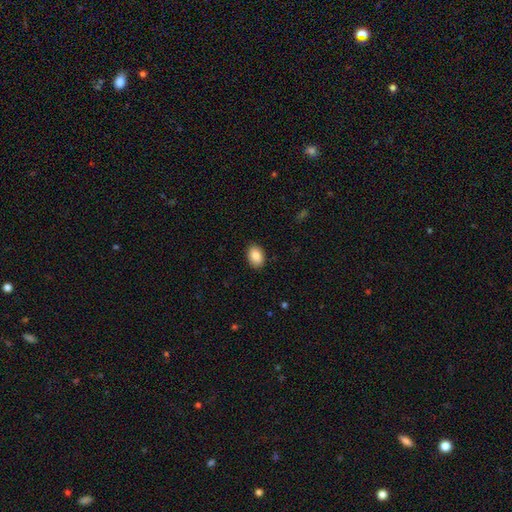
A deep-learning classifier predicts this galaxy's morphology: smooth-or-featured: smooth: 87% | star or artifact: 7% | featured or disk: 6%
  how-rounded: in between: 83% | round: 16% | cigar-shaped: 1%
  merging: none: 89% | minor disturbance: 8% | major disturbance: 2% | merger: 1%